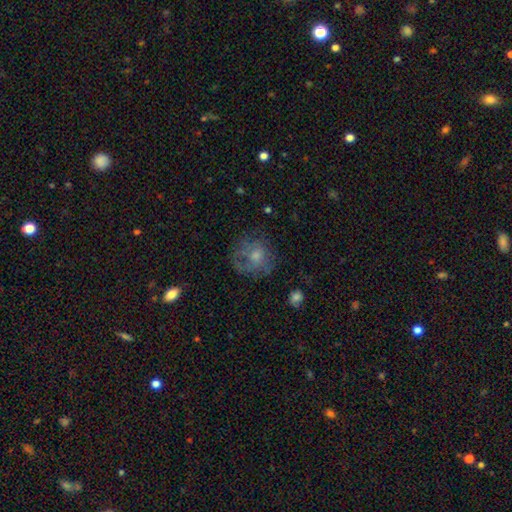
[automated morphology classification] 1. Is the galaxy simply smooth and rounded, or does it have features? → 49% smooth, 37% featured or disk, 14% star or artifact.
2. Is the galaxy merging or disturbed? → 63% none, 21% minor disturbance, 15% major disturbance, 2% merger.